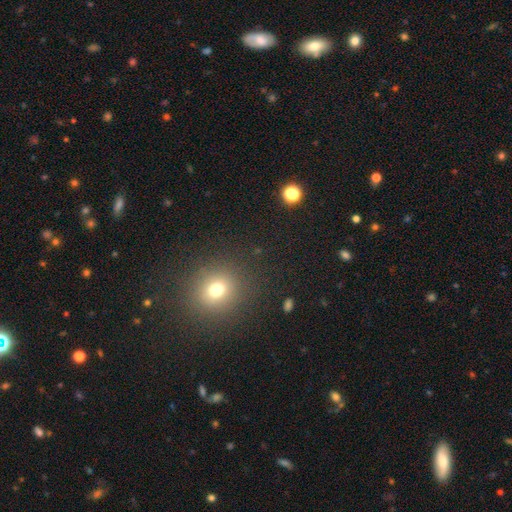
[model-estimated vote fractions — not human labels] Smooth or featured? smooth (61%)
How rounded? round (87%)
Merging? none (92%)